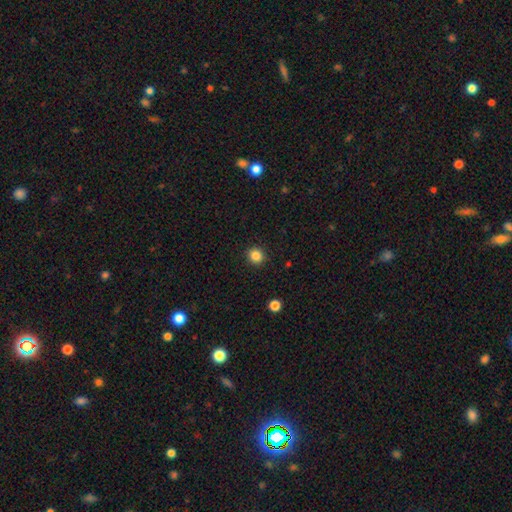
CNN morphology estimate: The model was most divided on "smooth or featured": smooth: 85%, star or artifact: 11%, featured or disk: 4%. More confident: merging — none (92%); how rounded — round (92%).